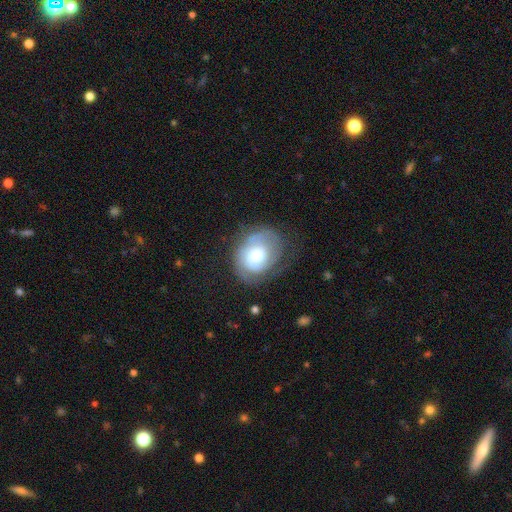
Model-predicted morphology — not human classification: type=featured or disk (65%); edge-on=no (97%); bar=no (70%); spiral arms=yes (85%); winding=tight (54%); arm count=2 (39%); bulge=moderate (46%); merging=none (56%).